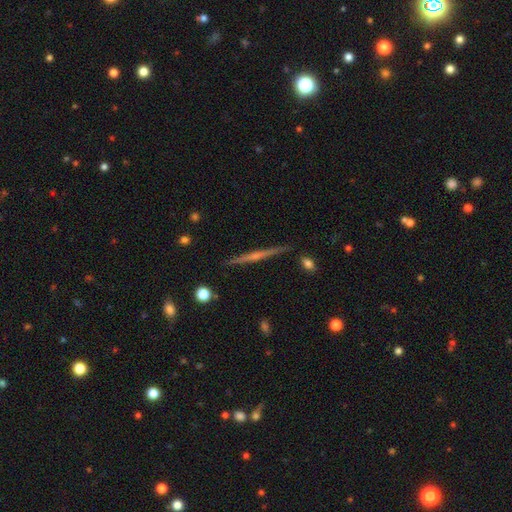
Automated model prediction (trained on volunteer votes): This appears to be a featured or disk galaxy (72%) viewed edge-on (98%) with a rounded central bulge (46%). Merging: none (90%).